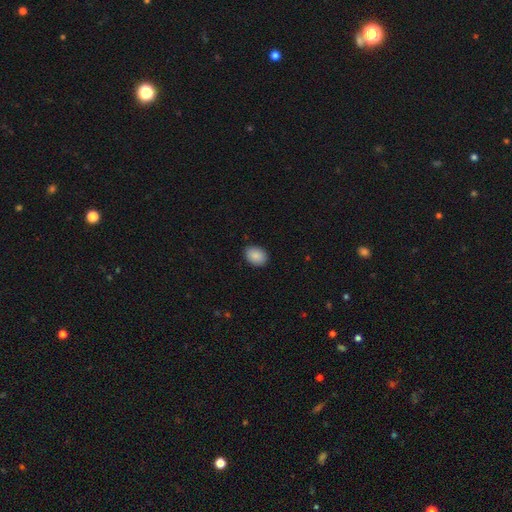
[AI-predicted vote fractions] smooth 90%, star or artifact 7%, featured or disk 3%. Down the decision tree: how rounded — in between (72%); merging — none (88%).